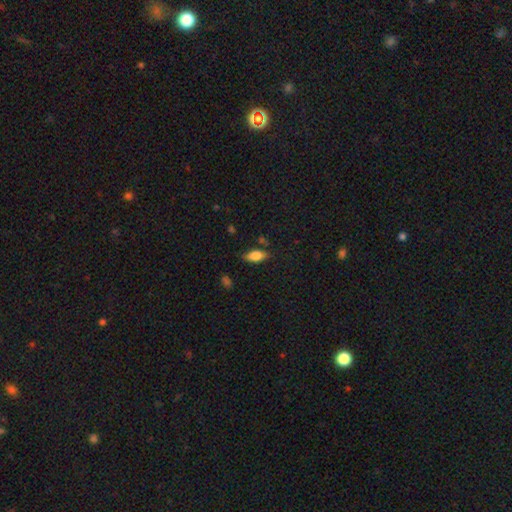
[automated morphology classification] Smooth or featured?
  - smooth: 79% *
  - featured or disk: 13%
  - star or artifact: 8%
How rounded?
  - in between: 85% *
  - cigar-shaped: 12%
  - round: 3%
Merging?
  - none: 78% *
  - minor disturbance: 16%
  - major disturbance: 4%
  - merger: 3%